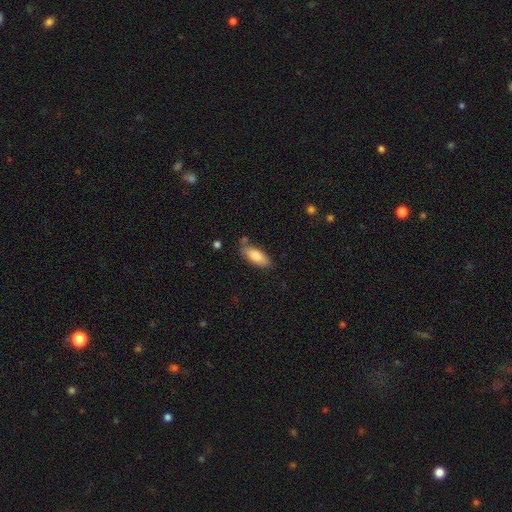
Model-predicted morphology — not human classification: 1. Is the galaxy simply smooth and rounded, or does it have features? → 79% smooth, 15% featured or disk, 6% star or artifact.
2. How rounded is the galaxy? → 77% in between, 21% cigar-shaped, 2% round.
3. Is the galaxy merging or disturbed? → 72% none, 18% minor disturbance, 6% merger, 4% major disturbance.